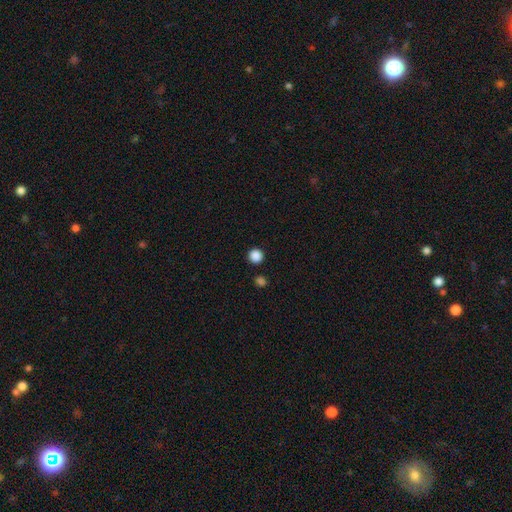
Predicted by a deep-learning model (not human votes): smooth-or-featured: smooth: 87% | star or artifact: 10% | featured or disk: 2%
  how-rounded: round: 95% | in between: 4% | cigar-shaped: 1%
  merging: none: 90% | minor disturbance: 5% | merger: 3% | major disturbance: 2%